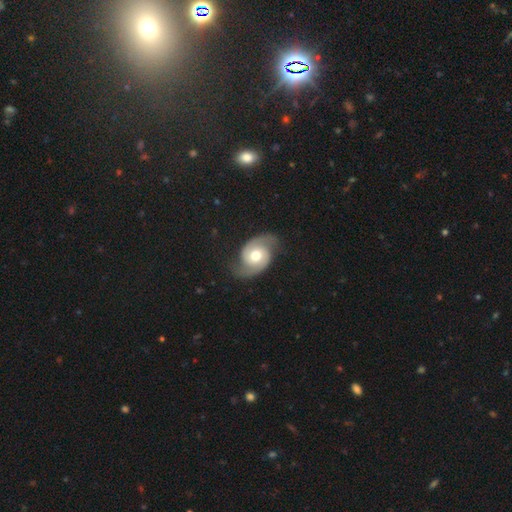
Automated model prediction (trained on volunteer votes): Smooth or featured? featured or disk (85%)
Edge-on disk? no (97%)
Bar? no (70%)
Spiral arms? yes (96%)
Spiral winding? medium (49%)
Spiral arm count? 2 (93%)
Bulge size? moderate (74%)
Merging? none (78%)